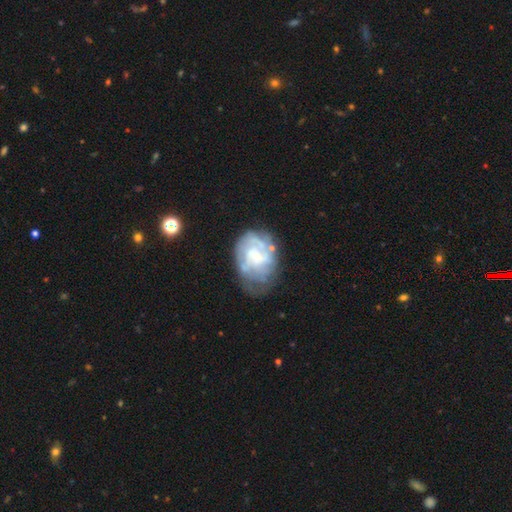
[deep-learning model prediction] A featured or disk galaxy (65%) with no bar (56%), spiral arms (60%) and a small central bulge (34%).

Vote fractions:
- Smooth or featured? featured or disk: 65% / smooth: 27% / star or artifact: 8%
- Edge-on disk? no: 98% / yes: 2%
- Bar? no: 56% / weak: 36% / strong: 8%
- Spiral arms? yes: 60% / no: 40%
- Bulge size? small: 34% / moderate: 29% / none: 28% / large: 8% / dominant: 2%
- Merging? none: 43% / minor disturbance: 29% / major disturbance: 23% / merger: 5%